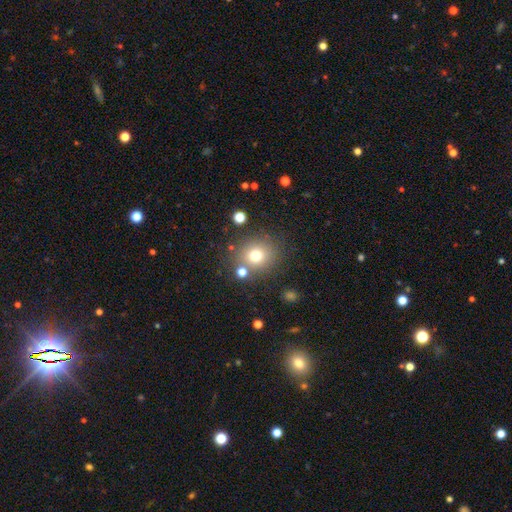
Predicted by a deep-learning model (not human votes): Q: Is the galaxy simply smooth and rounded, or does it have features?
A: smooth — 73%.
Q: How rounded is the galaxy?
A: round — 83%.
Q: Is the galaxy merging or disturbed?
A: none — 78%.